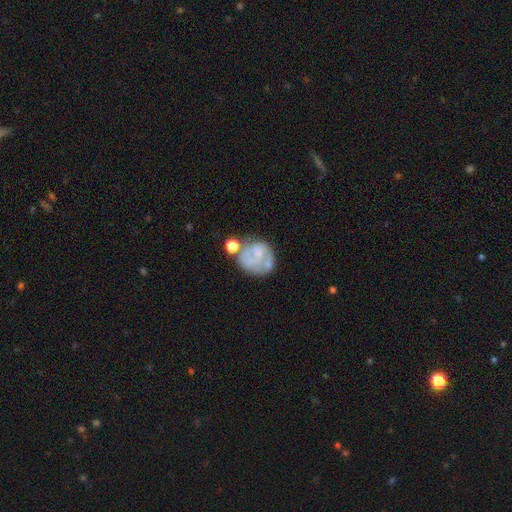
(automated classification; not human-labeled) smooth-or-featured: featured or disk: 51% | smooth: 39% | star or artifact: 10%
  disk-edge-on: no: 98% | yes: 2%
    bar: no: 80% | weak: 16% | strong: 4%
    has-spiral-arms: no: 59% | yes: 41%
    bulge-size: none: 55% | small: 23% | moderate: 16% | large: 4% | dominant: 2%
  merging: none: 43% | minor disturbance: 21% | major disturbance: 19% | merger: 17%